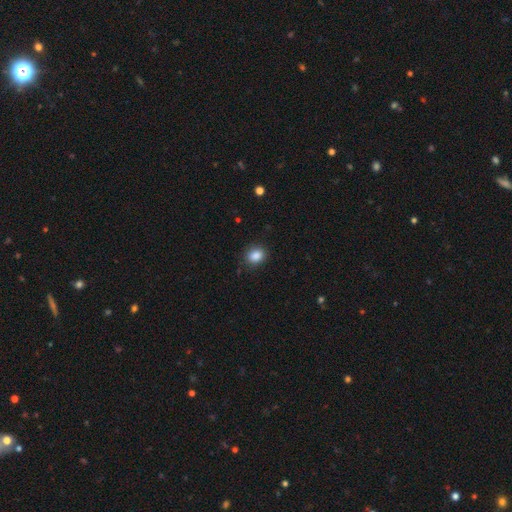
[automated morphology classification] This appears to be a smooth galaxy with no disk features (87%) that is in between round and cigar-shaped (50%). Merging: none (84%).